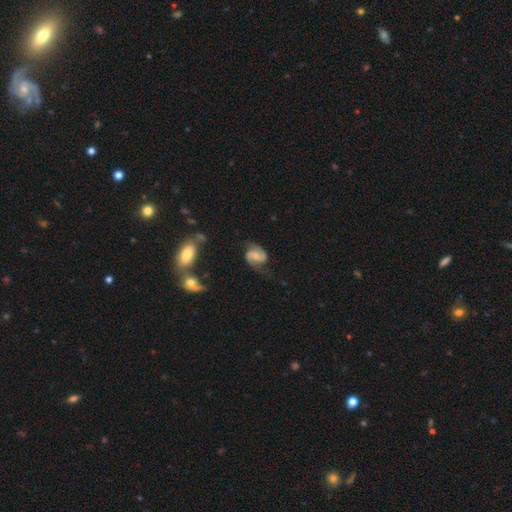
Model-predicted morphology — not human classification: smooth_or_featured: featured or disk (p=0.82) [alt: smooth p=0.12]
disk_edge_on: no (p=0.98) [alt: yes p=0.02]
bar: weak (p=0.44) [alt: no p=0.39]
has_spiral_arms: yes (p=0.96) [alt: no p=0.04]
spiral_winding: medium (p=0.48) [alt: loose p=0.33]
spiral_arm_count: 2 (p=0.92) [alt: can't tell p=0.03]
bulge_size: small (p=0.36) [alt: none p=0.35]
merging: none (p=0.70) [alt: minor disturbance p=0.19]